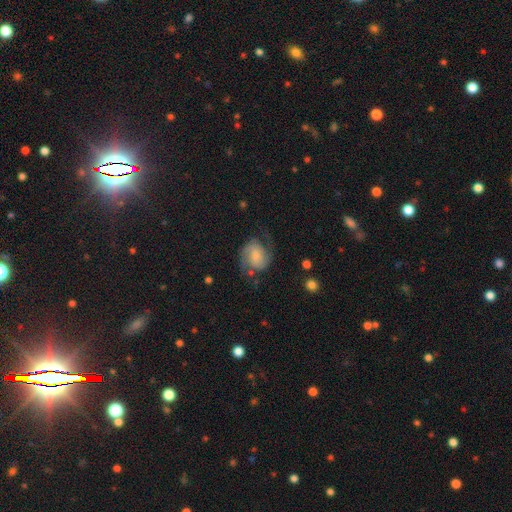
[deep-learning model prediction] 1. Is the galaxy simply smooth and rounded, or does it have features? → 75% featured or disk, 18% smooth, 8% star or artifact.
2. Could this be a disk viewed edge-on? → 98% no, 2% yes.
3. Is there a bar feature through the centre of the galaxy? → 57% no, 34% weak, 9% strong.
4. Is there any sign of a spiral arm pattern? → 95% yes, 5% no.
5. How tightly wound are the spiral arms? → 51% medium, 31% loose, 18% tight.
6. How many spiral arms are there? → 92% 2, 3% can't tell, 2% 1, 1% 3, 1% 4, 1% more than 4.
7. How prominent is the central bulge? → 27% small (tied), 27% none (tied), 23% moderate, 18% large, 5% dominant.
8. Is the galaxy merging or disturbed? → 68% none, 18% minor disturbance, 12% major disturbance, 2% merger.